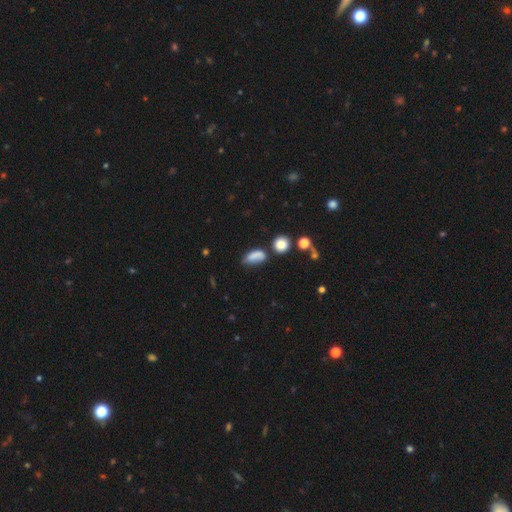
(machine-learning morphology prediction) Smooth or featured: smooth — 78% (featured or disk — 11%)
How rounded: in between — 76% (cigar-shaped — 14%)
Merging: none — 45% (minor disturbance — 31%)